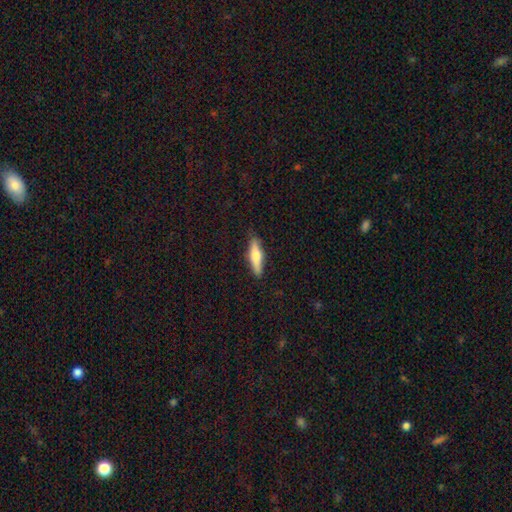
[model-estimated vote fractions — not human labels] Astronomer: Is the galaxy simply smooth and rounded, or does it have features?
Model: smooth — 57% (runner-up: featured or disk, 38%).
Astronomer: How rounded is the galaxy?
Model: cigar-shaped — 69%.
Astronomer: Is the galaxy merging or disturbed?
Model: none — 87%.